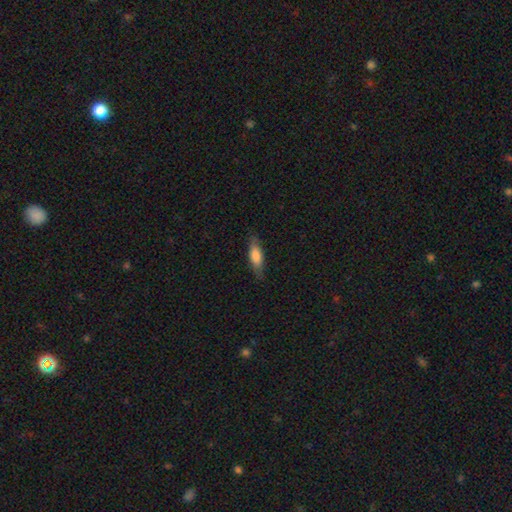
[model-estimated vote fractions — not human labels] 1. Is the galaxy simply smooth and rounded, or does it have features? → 74% smooth, 20% featured or disk, 6% star or artifact.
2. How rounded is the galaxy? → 55% in between, 42% cigar-shaped, 2% round.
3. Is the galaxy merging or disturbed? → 81% none, 15% minor disturbance, 3% major disturbance, 1% merger.